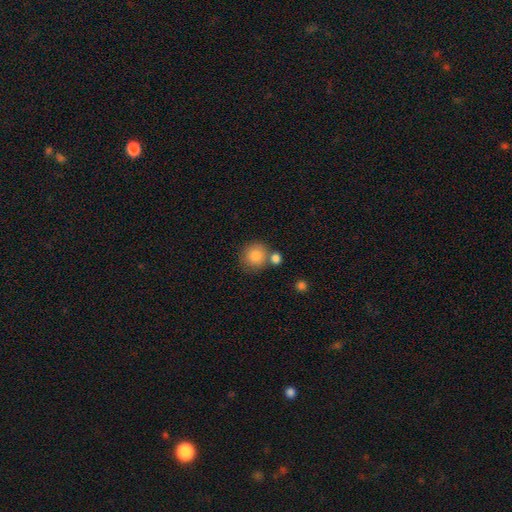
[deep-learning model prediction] The model was most divided on "merging": none: 66%, merger: 20%, minor disturbance: 10%, major disturbance: 3%. More confident: how rounded — round (89%); smooth or featured — smooth (84%).